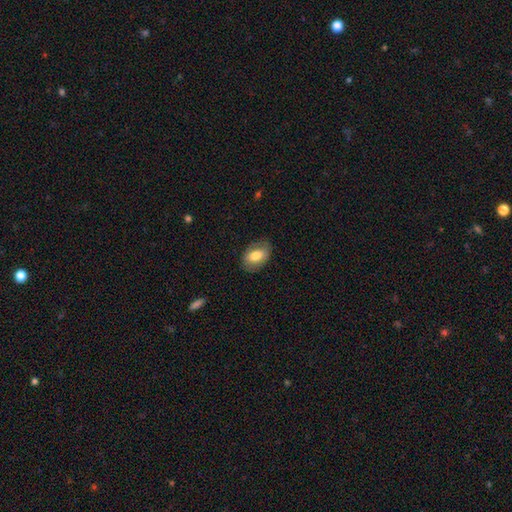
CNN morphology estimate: Smooth or featured? smooth (72%)
How rounded? in between (86%)
Merging? none (80%)